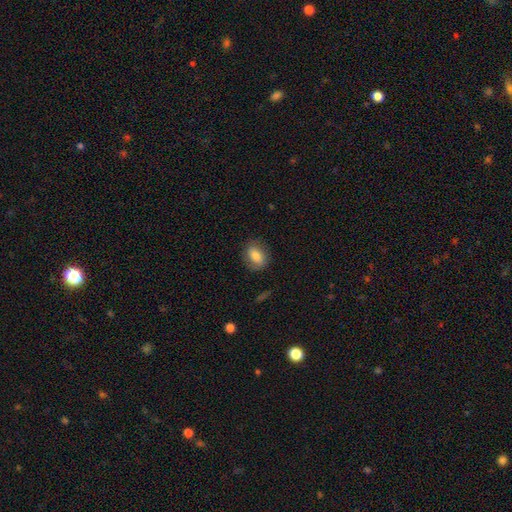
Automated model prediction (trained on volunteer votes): Smooth or featured? smooth (78%)
How rounded? in between (63%)
Merging? none (79%)